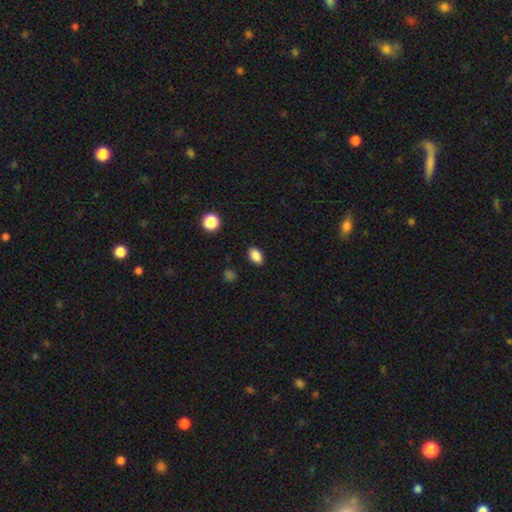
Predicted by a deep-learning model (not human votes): Smooth or featured? Predicted: smooth (p=0.87). How rounded? Predicted: in between (p=0.84). Merging? Predicted: none (p=0.88).